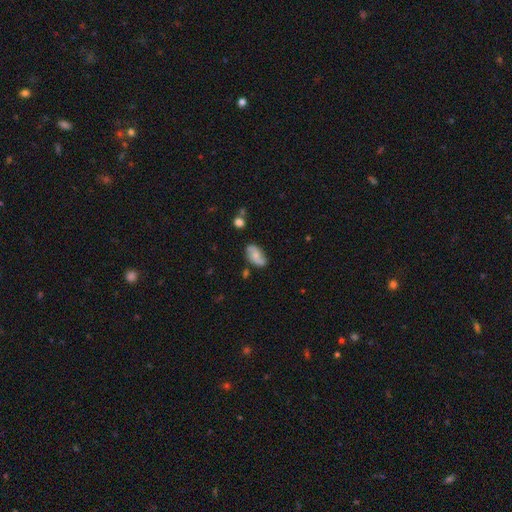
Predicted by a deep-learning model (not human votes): smooth_or_featured: featured or disk (p=0.51) [alt: smooth p=0.41]
disk_edge_on: no (p=0.95) [alt: yes p=0.05]
merging: none (p=0.72) [alt: minor disturbance p=0.20]